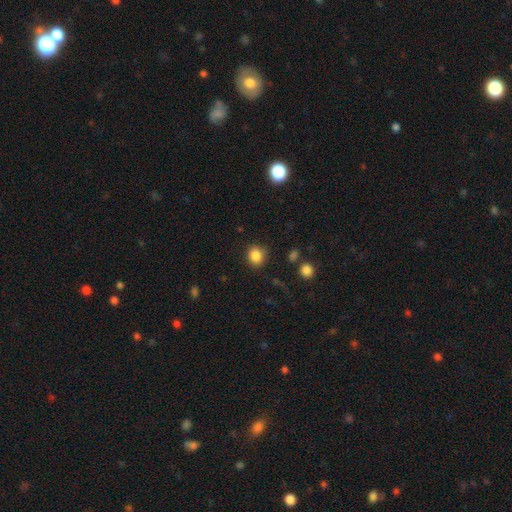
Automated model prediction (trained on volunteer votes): Overall: smooth (86%). How rounded: round (74%). Merging: none (85%).